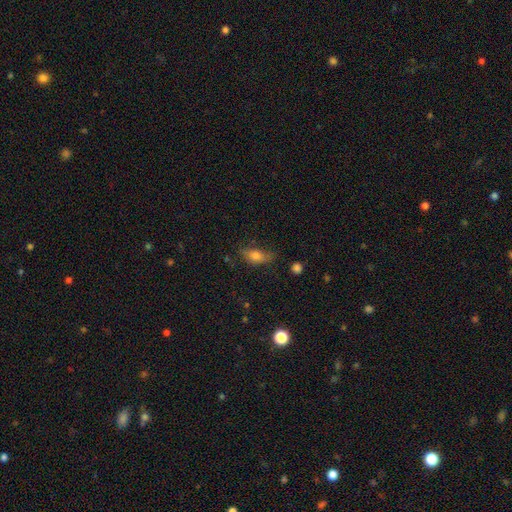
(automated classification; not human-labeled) smooth_or_featured: smooth (p=0.68) [alt: featured or disk p=0.21]
how_rounded: in between (p=0.77) [alt: cigar-shaped p=0.15]
merging: none (p=0.55) [alt: minor disturbance p=0.30]